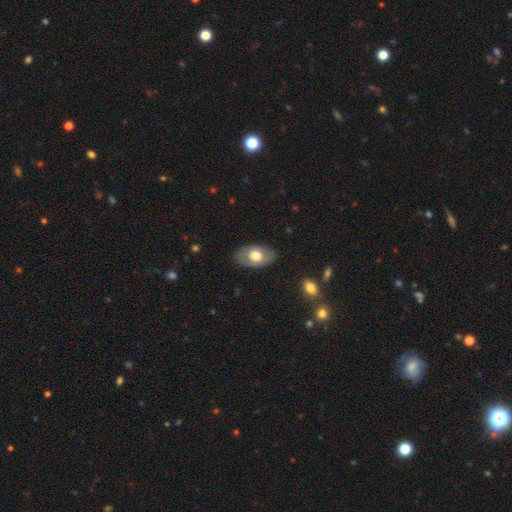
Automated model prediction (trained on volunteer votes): Smooth or featured? smooth (63%)
How rounded? in between (90%)
Merging? none (82%)